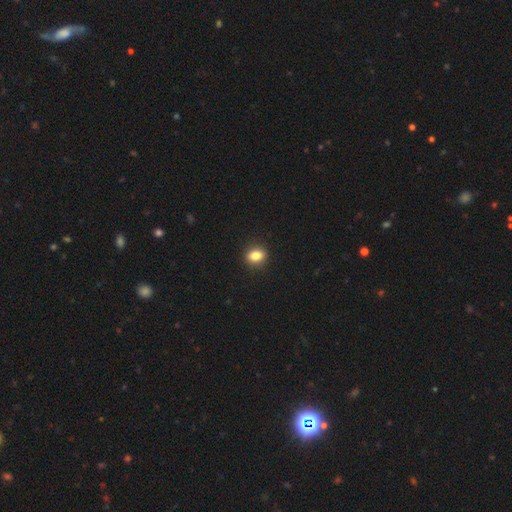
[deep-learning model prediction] A smooth galaxy with no disk features (84%) that is in between round and cigar-shaped (58%).

Vote fractions:
- Smooth or featured? smooth: 84% / star or artifact: 10% / featured or disk: 7%
- How rounded? in between: 58% / round: 40% / cigar-shaped: 2%
- Merging? none: 90% / minor disturbance: 7% / major disturbance: 2% / merger: 1%